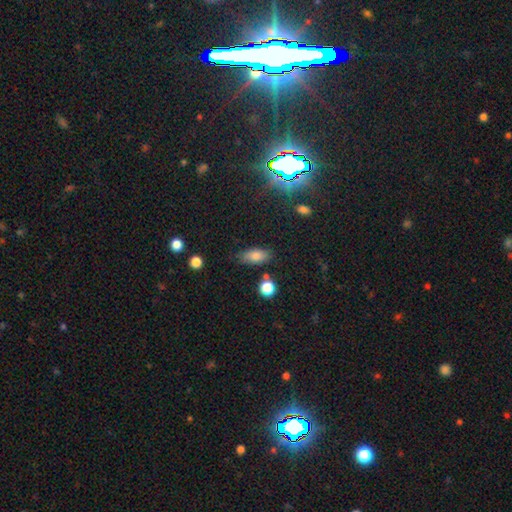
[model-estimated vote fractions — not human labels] A smooth galaxy with no disk features (77%) that is in between round and cigar-shaped (84%). Merging: none (76%).